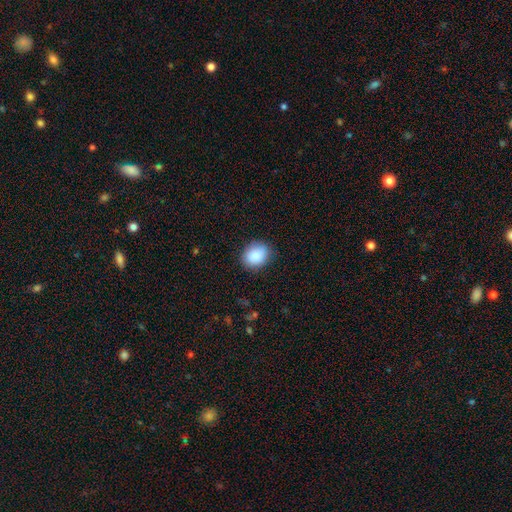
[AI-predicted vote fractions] smooth_or_featured: smooth (p=0.88) [alt: star or artifact p=0.07]
how_rounded: round (p=0.55) [alt: in between p=0.44]
merging: none (p=0.84) [alt: minor disturbance p=0.12]